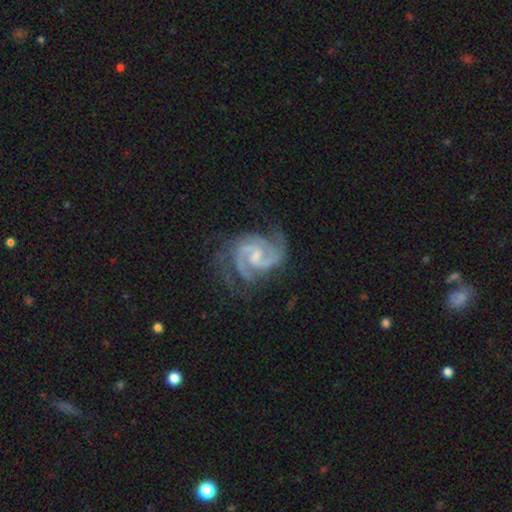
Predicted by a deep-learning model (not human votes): A featured or disk galaxy (92%) with a weak bar (56%), 2 (75%) medium (53%) spiral arms (98%) and a small central bulge (57%). Merging: none (67%).